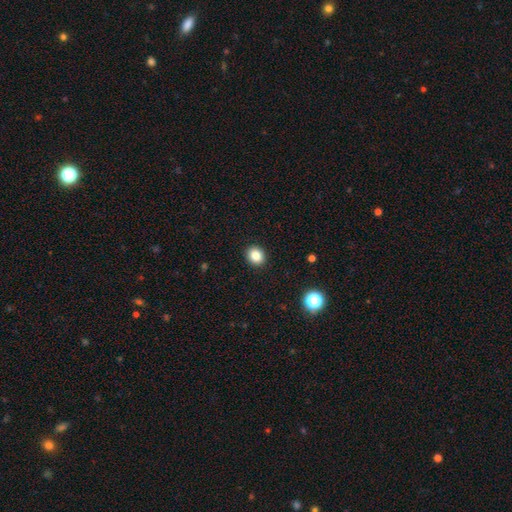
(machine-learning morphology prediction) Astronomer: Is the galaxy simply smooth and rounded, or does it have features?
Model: smooth — 84%.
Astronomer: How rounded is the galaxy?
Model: round — 75%.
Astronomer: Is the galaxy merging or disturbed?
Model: none — 92%.